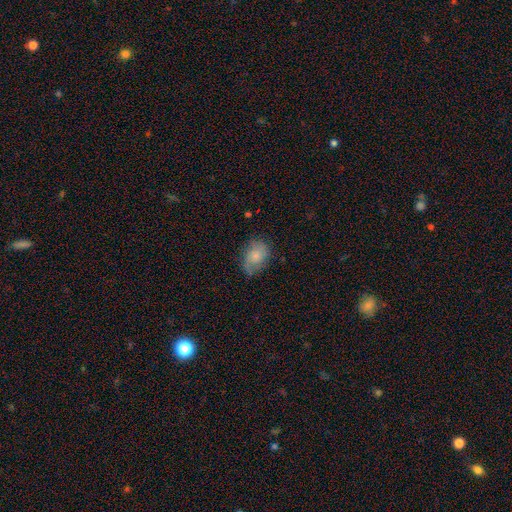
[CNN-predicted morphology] Q: Smooth or featured?
A: smooth (65%); runner-up: featured or disk (27%)
Q: How rounded?
A: in between (72%); runner-up: round (27%)
Q: Merging?
A: none (63%); runner-up: minor disturbance (27%)